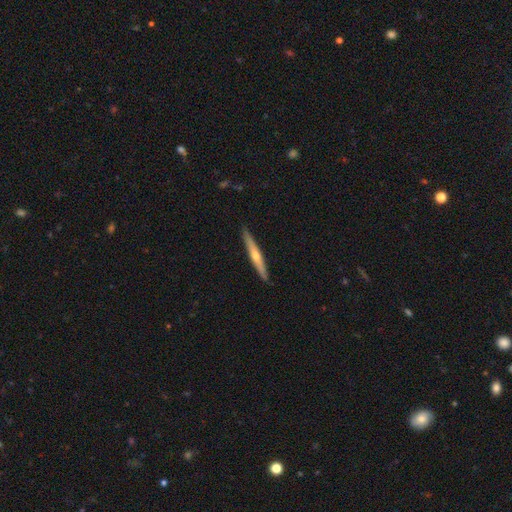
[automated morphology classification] The model was most divided on "smooth or featured": featured or disk: 56%, smooth: 38%, star or artifact: 5%. More confident: edge-on disk — yes (96%); merging — none (90%); edge-on bulge — rounded (76%).